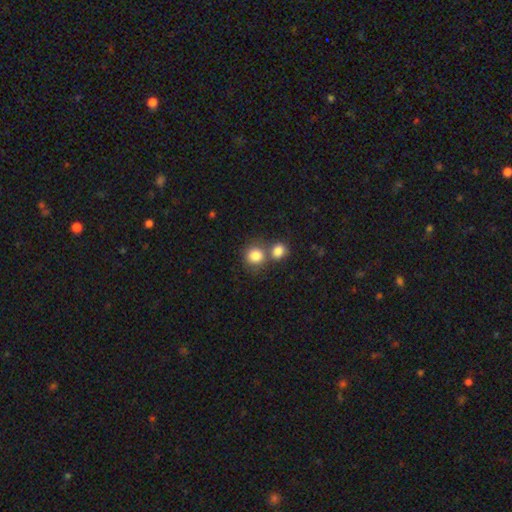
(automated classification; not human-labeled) Q: Smooth or featured?
A: smooth (84%); runner-up: star or artifact (9%)
Q: How rounded?
A: round (84%); runner-up: in between (15%)
Q: Merging?
A: none (50%); runner-up: merger (39%)